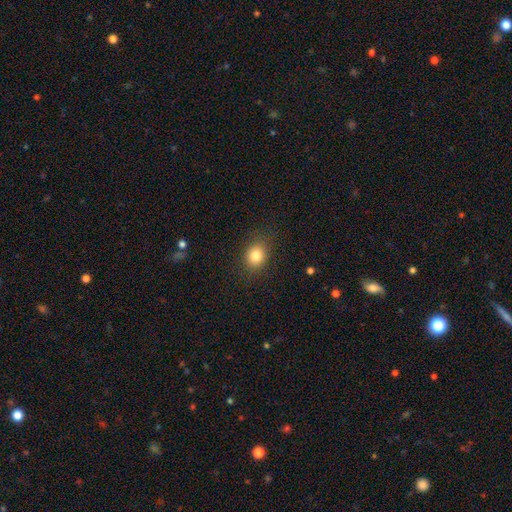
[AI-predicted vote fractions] This is clearly a smooth galaxy (82%). How rounded: likely round (61%). Merging: clearly none (84%).